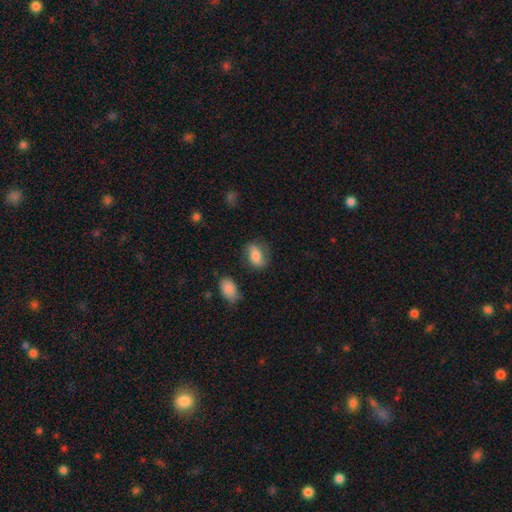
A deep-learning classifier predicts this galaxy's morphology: A smooth galaxy with no disk features (60%) that is in between round and cigar-shaped (79%). Merging: none (68%).